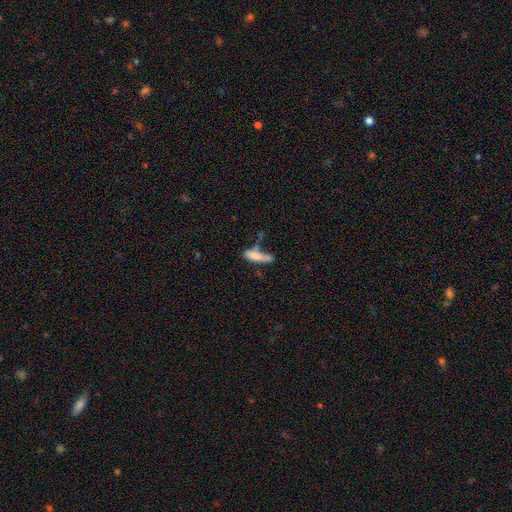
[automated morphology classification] Smooth or featured? Predicted: smooth (p=0.73). How rounded? Predicted: cigar-shaped (p=0.64). Merging? Predicted: none (p=0.34).